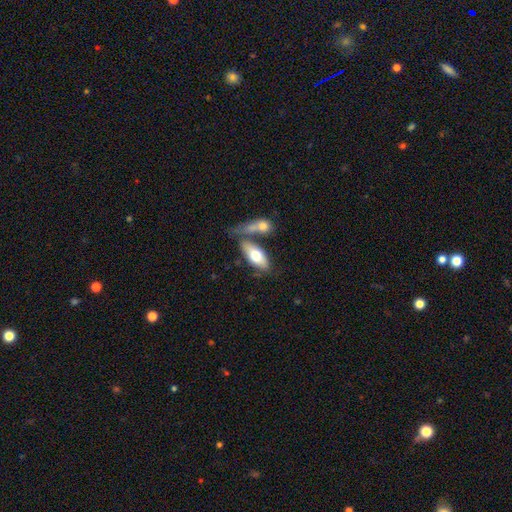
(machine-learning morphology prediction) Overall: smooth (66%; featured or disk 29%). How rounded: in between (82%). Merging: none (44%; merger 36%).